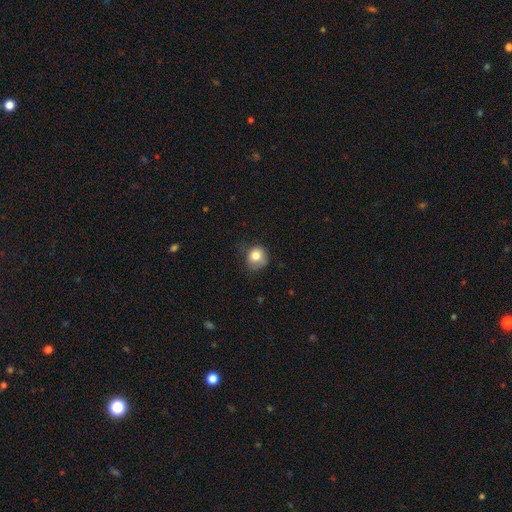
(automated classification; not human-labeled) A smooth galaxy with no disk features (79%) that is round (81%). Merging: none (61%).